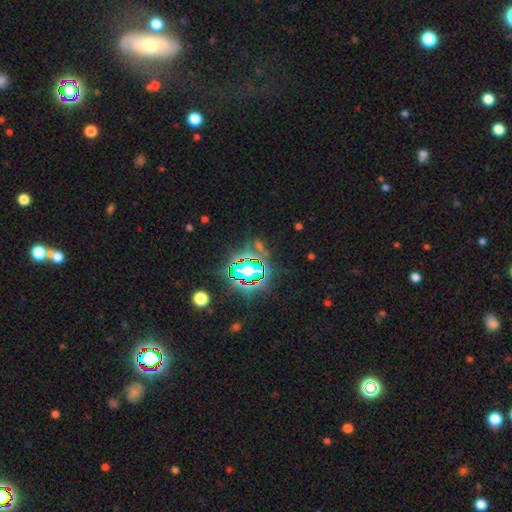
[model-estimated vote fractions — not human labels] Smooth or featured? Predicted: star or artifact (p=0.80).